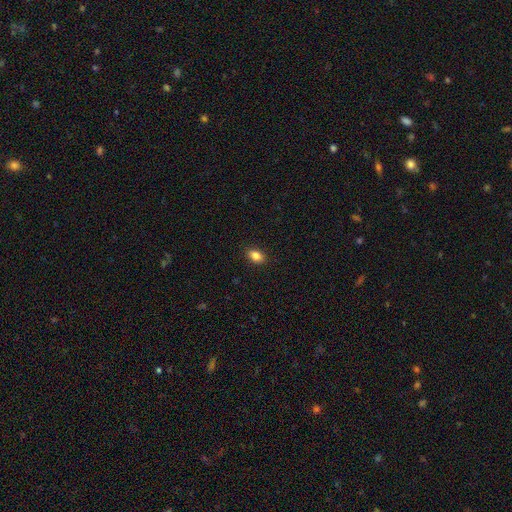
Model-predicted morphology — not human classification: A smooth galaxy with no disk features (86%) that is in between round and cigar-shaped (83%).

Vote fractions:
- Smooth or featured? smooth: 86% / star or artifact: 9% / featured or disk: 5%
- How rounded? in between: 83% / round: 16% / cigar-shaped: 1%
- Merging? none: 89% / minor disturbance: 8% / major disturbance: 2% / merger: 1%